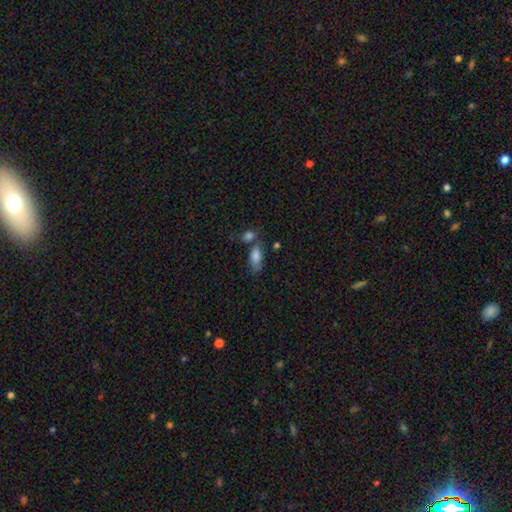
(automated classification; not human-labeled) Smooth or featured?
  - smooth: 82% *
  - featured or disk: 10%
  - star or artifact: 8%
How rounded?
  - in between: 88% *
  - cigar-shaped: 8%
  - round: 4%
Merging?
  - none: 41% *
  - merger: 28%
  - minor disturbance: 21%
  - major disturbance: 10%